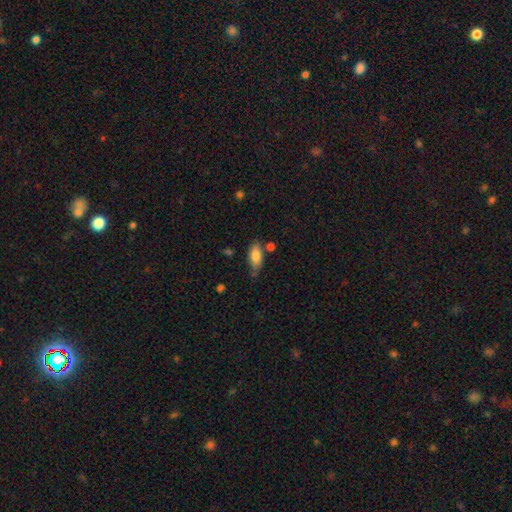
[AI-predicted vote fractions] smooth_or_featured: smooth (p=0.80) [alt: featured or disk p=0.13]
how_rounded: in between (p=0.86) [alt: cigar-shaped p=0.11]
merging: none (p=0.64) [alt: minor disturbance p=0.23]